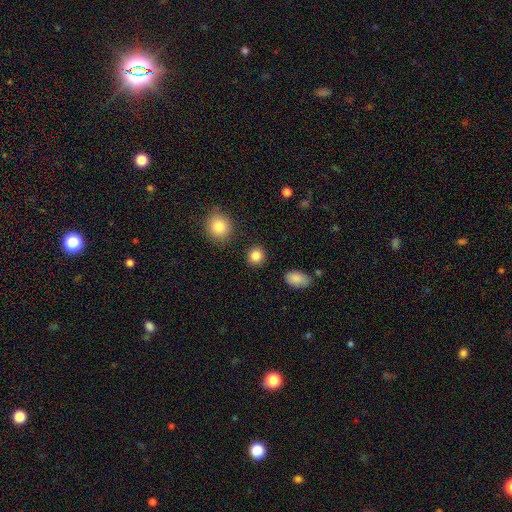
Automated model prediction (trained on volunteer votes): The model was most divided on "smooth or featured": smooth: 86%, star or artifact: 10%, featured or disk: 4%. More confident: merging — none (90%); how rounded — round (88%).